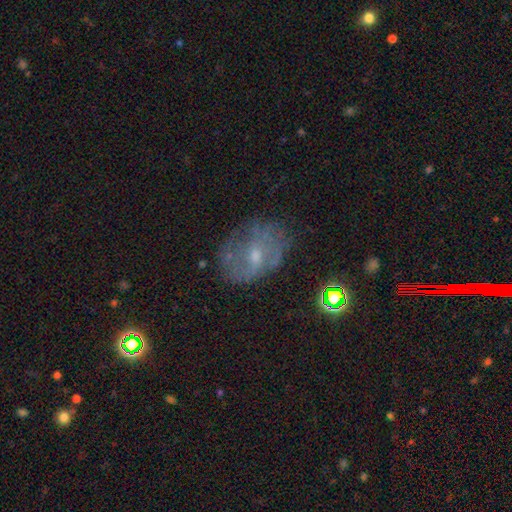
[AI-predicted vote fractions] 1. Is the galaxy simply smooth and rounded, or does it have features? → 58% featured or disk, 29% smooth, 13% star or artifact.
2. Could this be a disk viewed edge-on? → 96% no, 4% yes.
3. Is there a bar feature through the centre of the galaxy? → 51% no, 41% weak, 8% strong.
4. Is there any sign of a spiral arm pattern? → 56% yes, 44% no.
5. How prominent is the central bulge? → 53% small, 38% moderate, 6% none, 2% large, 1% dominant.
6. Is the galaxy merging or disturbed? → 58% none, 24% minor disturbance, 16% major disturbance, 2% merger.